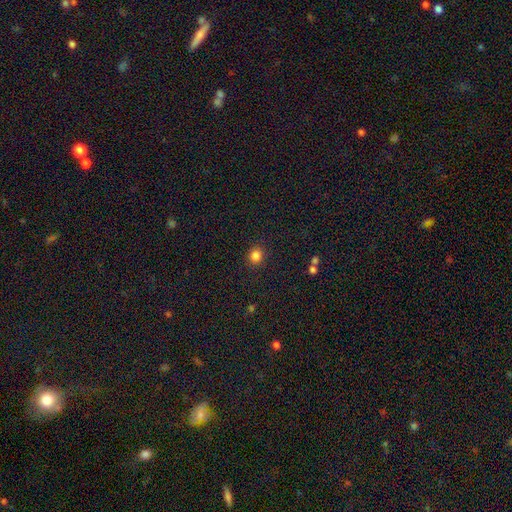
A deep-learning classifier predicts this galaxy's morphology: This appears to be a smooth galaxy with no disk features (84%) that is round (85%). Merging: none (90%).